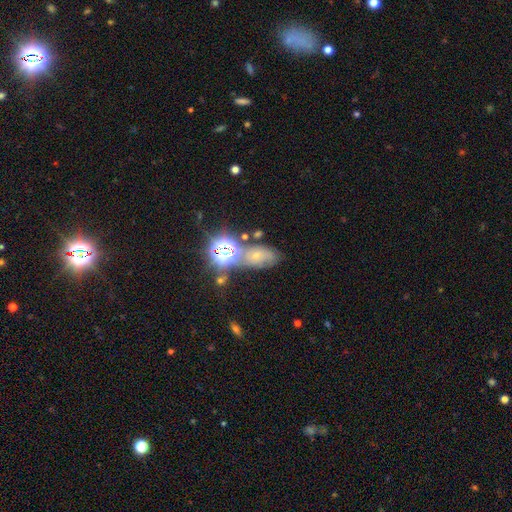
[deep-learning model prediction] Smooth or featured? Predicted: smooth (p=0.38). Merging? Predicted: none (p=0.53).